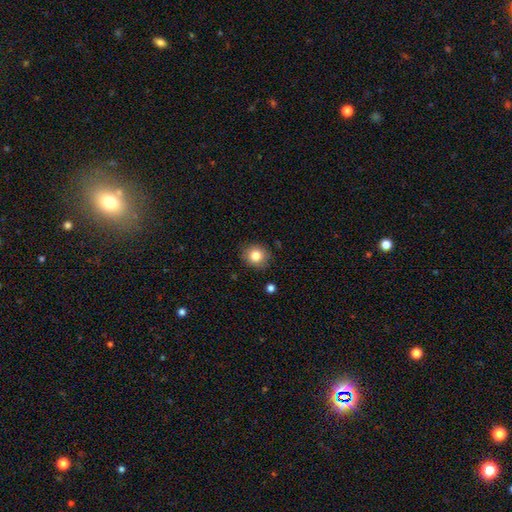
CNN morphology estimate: Smooth or featured? Predicted: smooth (p=0.83). How rounded? Predicted: round (p=0.80). Merging? Predicted: none (p=0.87).